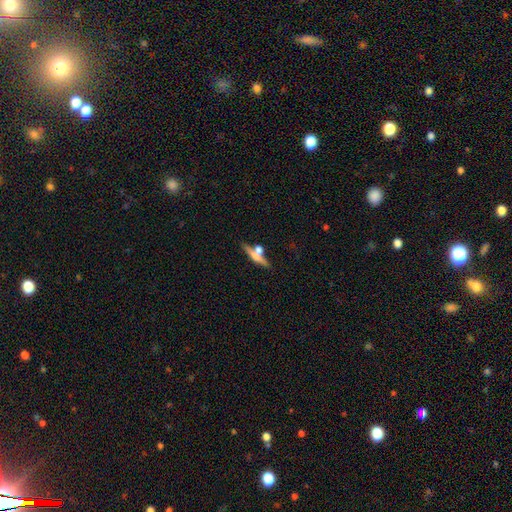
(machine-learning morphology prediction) smooth_or_featured: featured or disk (p=0.48) [alt: smooth p=0.45]
merging: none (p=0.54) [alt: merger p=0.29]